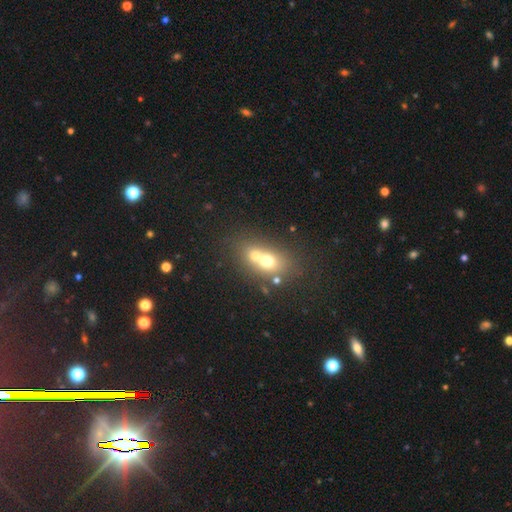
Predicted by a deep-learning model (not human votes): smooth_or_featured: smooth (p=0.62) [alt: featured or disk p=0.25]
how_rounded: in between (p=0.50) [alt: round p=0.48]
merging: merger (p=0.64) [alt: none p=0.26]